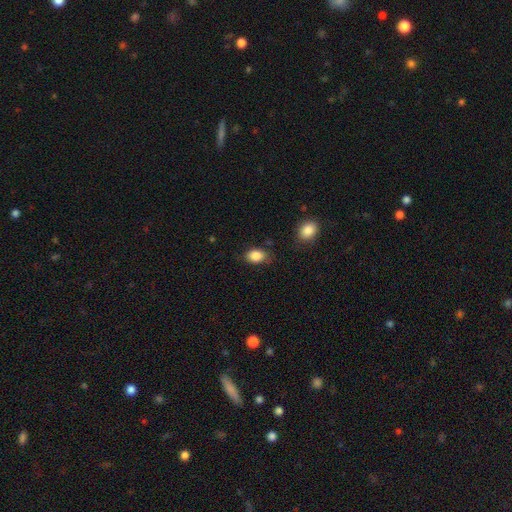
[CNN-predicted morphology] Smooth or featured? Predicted: smooth (p=0.86). How rounded? Predicted: in between (p=0.77). Merging? Predicted: none (p=0.74).